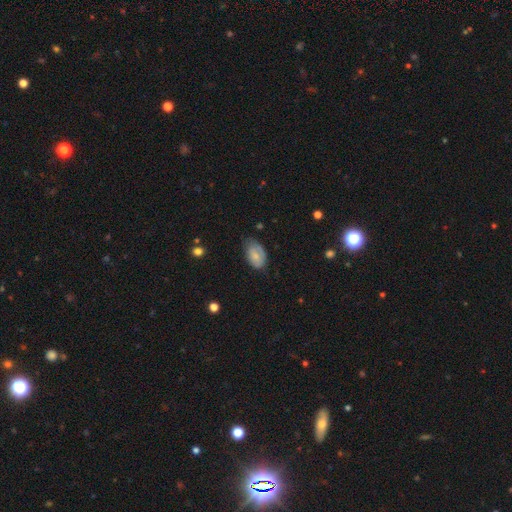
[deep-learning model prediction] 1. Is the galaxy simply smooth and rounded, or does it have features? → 67% smooth, 26% featured or disk, 7% star or artifact.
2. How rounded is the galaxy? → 92% in between, 6% round, 2% cigar-shaped.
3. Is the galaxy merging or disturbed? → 53% none, 35% minor disturbance, 10% major disturbance, 2% merger.